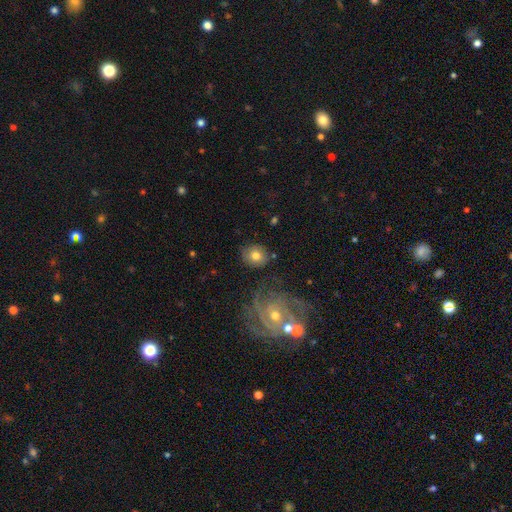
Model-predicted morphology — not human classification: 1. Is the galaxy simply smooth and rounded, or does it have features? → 68% smooth, 23% featured or disk, 9% star or artifact.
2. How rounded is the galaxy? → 76% round, 23% in between, 1% cigar-shaped.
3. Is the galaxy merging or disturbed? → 79% none, 13% minor disturbance, 5% major disturbance, 4% merger.